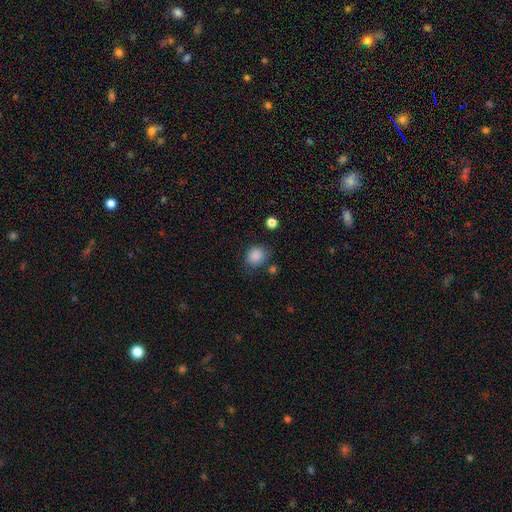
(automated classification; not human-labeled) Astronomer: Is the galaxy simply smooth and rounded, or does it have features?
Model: smooth — 87%.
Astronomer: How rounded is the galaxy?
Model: round — 74%.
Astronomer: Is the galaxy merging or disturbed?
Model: none — 76%.